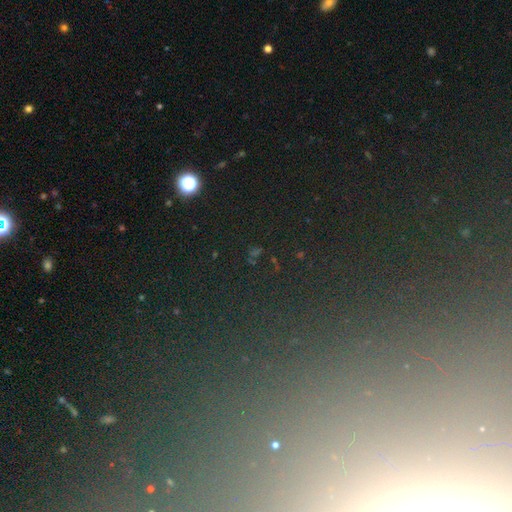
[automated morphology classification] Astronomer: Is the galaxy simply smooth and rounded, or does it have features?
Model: star or artifact — 70%.